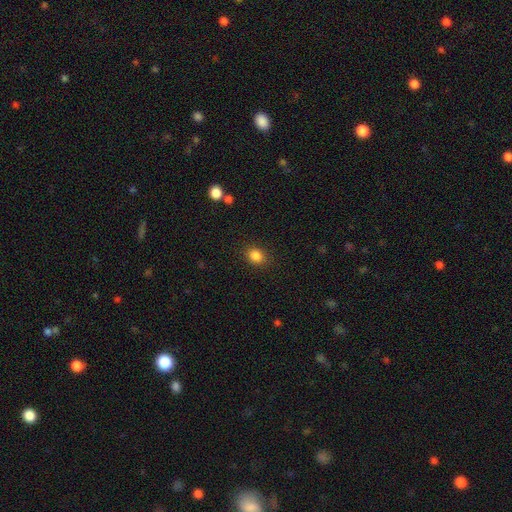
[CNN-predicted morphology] Smooth or featured? smooth (85%)
How rounded? round (51%)
Merging? none (87%)